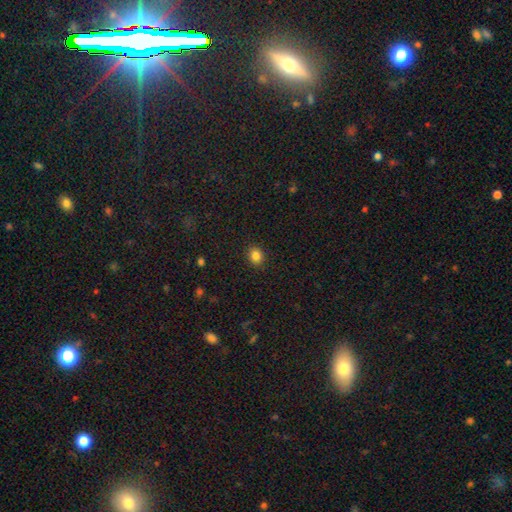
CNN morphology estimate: smooth 84%, star or artifact 11%, featured or disk 5%. Down the decision tree: how rounded — round (67%); merging — none (91%).